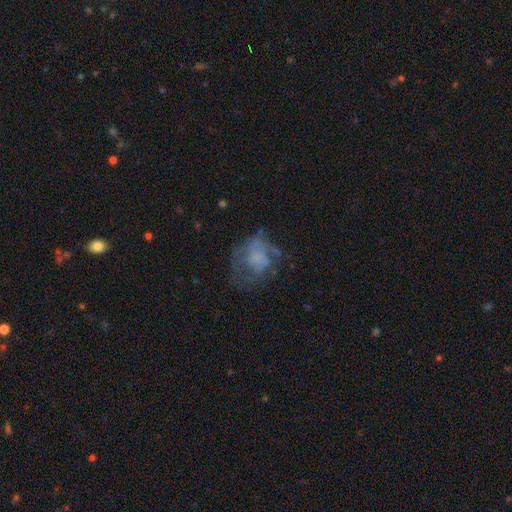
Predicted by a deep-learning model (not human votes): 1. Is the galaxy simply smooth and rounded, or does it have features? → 50% featured or disk, 36% smooth, 15% star or artifact.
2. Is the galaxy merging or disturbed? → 43% none, 32% major disturbance, 22% minor disturbance, 3% merger.